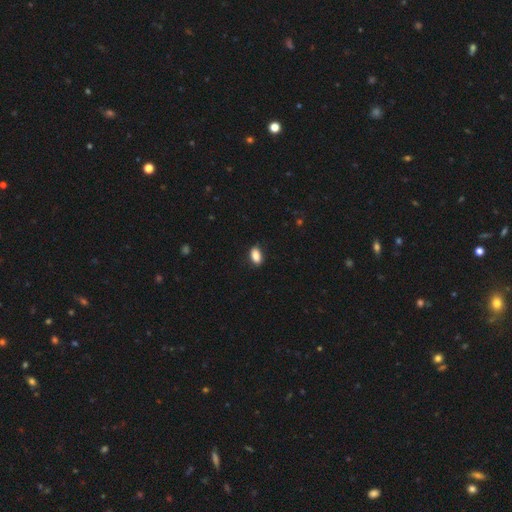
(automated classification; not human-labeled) Overall: smooth (88%). How rounded: in between (90%). Merging: none (85%).